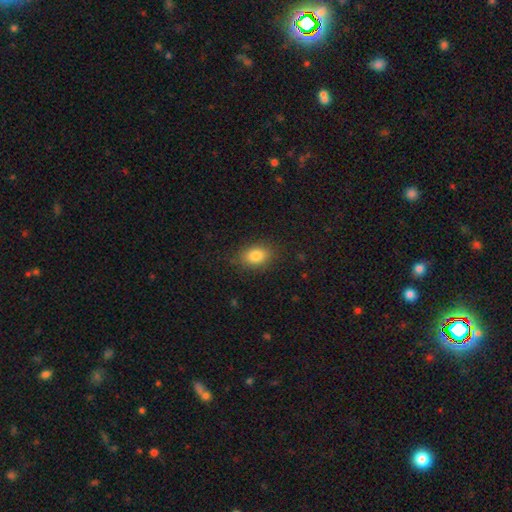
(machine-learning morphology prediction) A smooth galaxy with no disk features (84%) that is in between round and cigar-shaped (79%). Merging: none (85%).